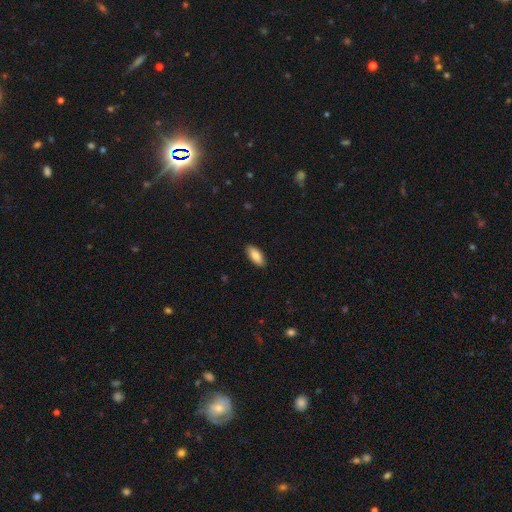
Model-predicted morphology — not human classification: type=smooth (85%); roundness=in between (84%); merging=none (89%).